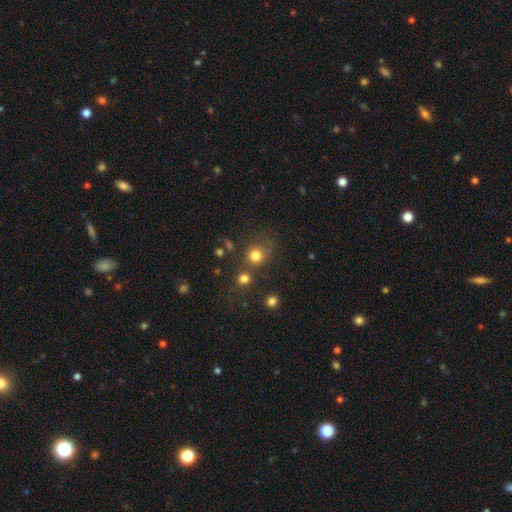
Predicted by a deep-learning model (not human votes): Smooth or featured? Predicted: smooth (p=0.79). How rounded? Predicted: round (p=0.87). Merging? Predicted: none (p=0.64).